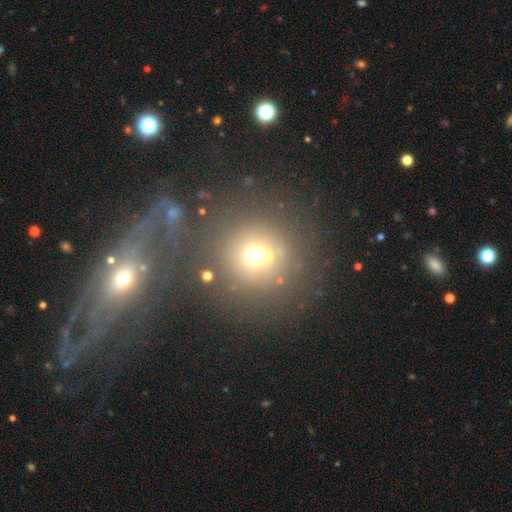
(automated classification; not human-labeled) Q: Smooth or featured?
A: smooth (64%); runner-up: star or artifact (22%)
Q: How rounded?
A: round (93%); runner-up: in between (6%)
Q: Merging?
A: none (67%); runner-up: merger (15%)